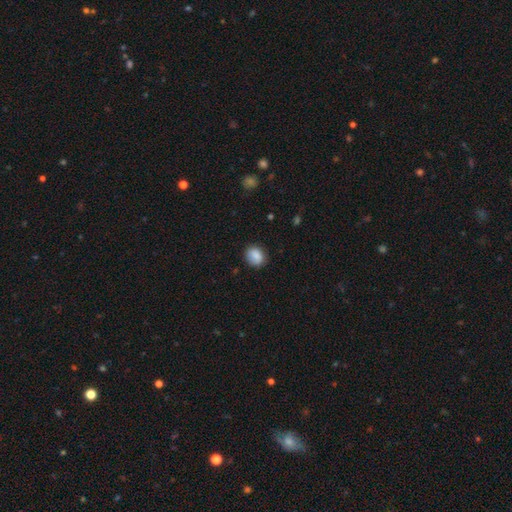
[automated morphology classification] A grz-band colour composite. It shows a smooth galaxy with no disk features (86%) that is round (61%). Merging: none (83%).